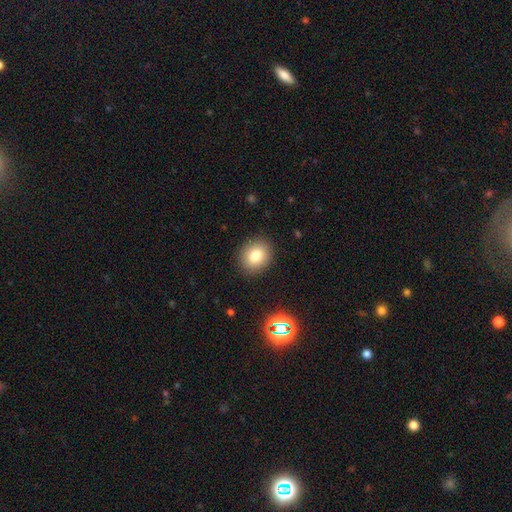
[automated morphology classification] A smooth galaxy with no disk features (80%) that is round (62%). Merging: none (89%).